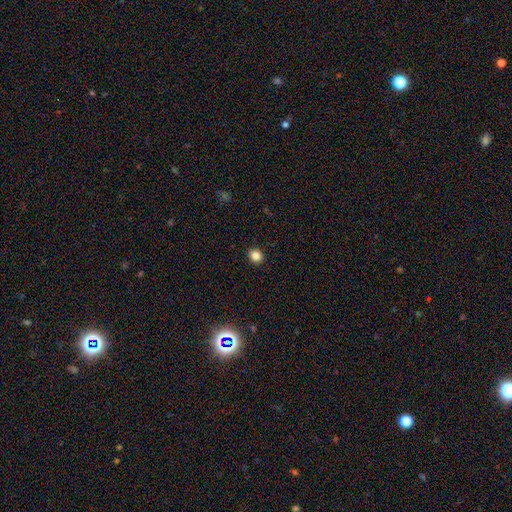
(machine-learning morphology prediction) Smooth or featured: smooth — 84% (star or artifact — 12%)
How rounded: round — 82% (in between — 17%)
Merging: none — 92% (minor disturbance — 5%)